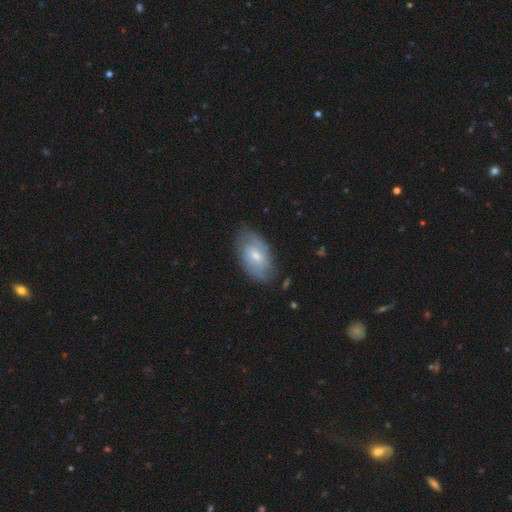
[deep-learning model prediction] smooth-or-featured: featured or disk: 50% | smooth: 44% | star or artifact: 6%
  disk-edge-on: no: 93% | yes: 7%
  merging: none: 74% | minor disturbance: 19% | major disturbance: 5% | merger: 2%